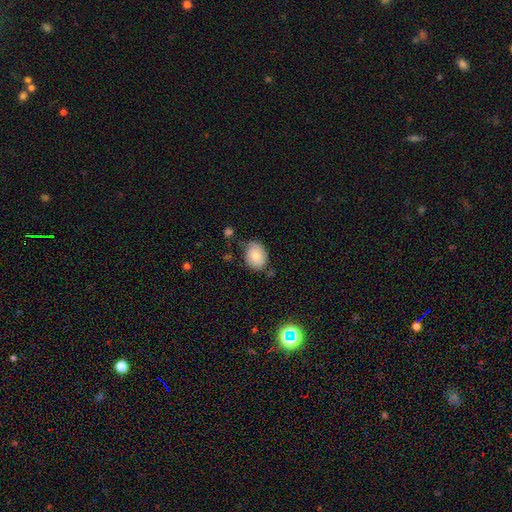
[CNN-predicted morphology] Smooth or featured: smooth — 83% (featured or disk — 9%)
How rounded: in between — 67% (round — 32%)
Merging: none — 70% (minor disturbance — 22%)